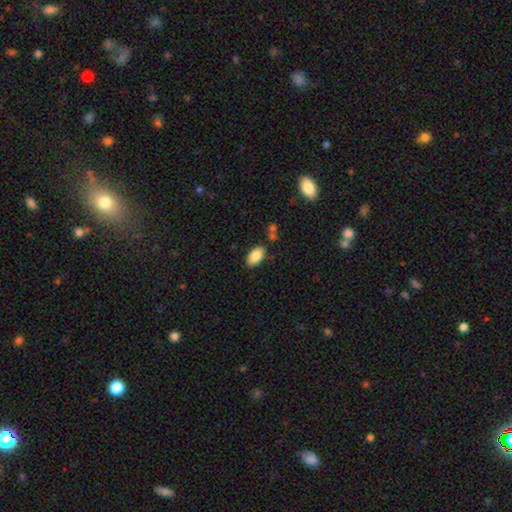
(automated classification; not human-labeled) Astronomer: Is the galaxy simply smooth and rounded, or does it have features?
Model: smooth — 86%.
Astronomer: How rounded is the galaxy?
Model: in between — 94%.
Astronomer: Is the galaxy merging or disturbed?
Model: none — 81%.